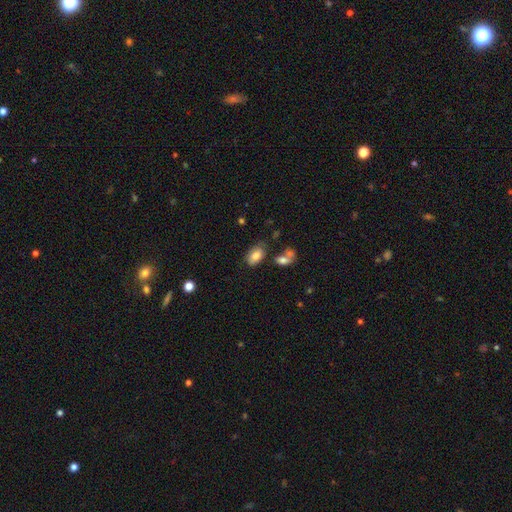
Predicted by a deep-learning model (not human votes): Overall: smooth (80%). How rounded: in between (92%). Merging: none (65%).